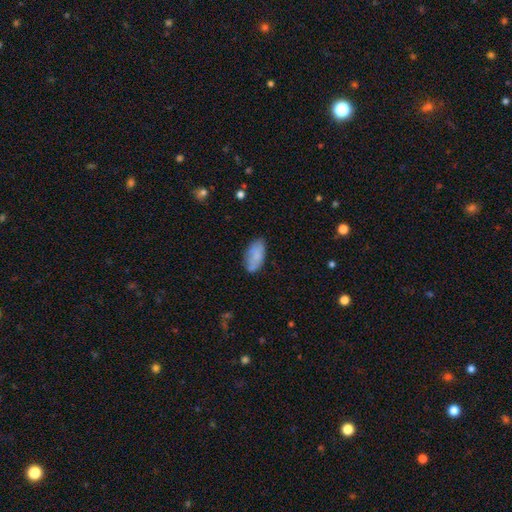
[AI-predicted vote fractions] This appears to be a smooth galaxy with no disk features (78%) that is in between round and cigar-shaped (93%). Merging: none (70%).